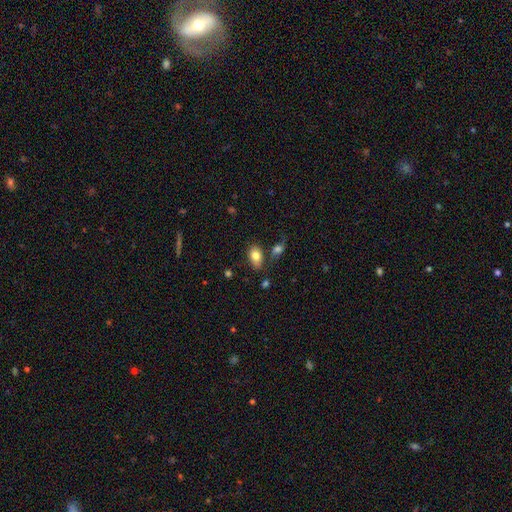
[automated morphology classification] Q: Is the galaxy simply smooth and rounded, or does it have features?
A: smooth — 80%.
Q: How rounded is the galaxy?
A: in between — 88%.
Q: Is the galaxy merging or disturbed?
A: none — 69%.